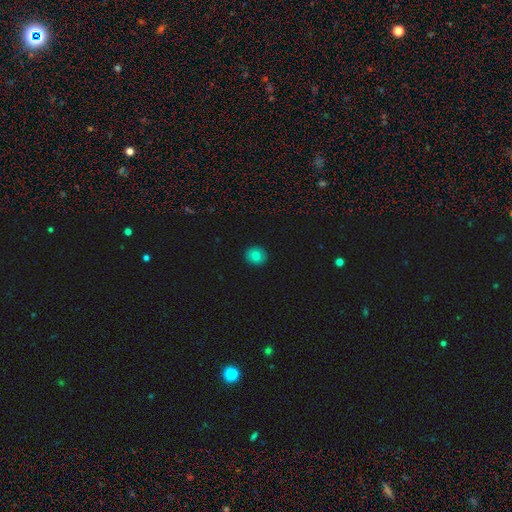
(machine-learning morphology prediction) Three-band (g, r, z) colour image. It shows a smooth galaxy with no disk features (79%) that is round (87%). Merging: none (91%).